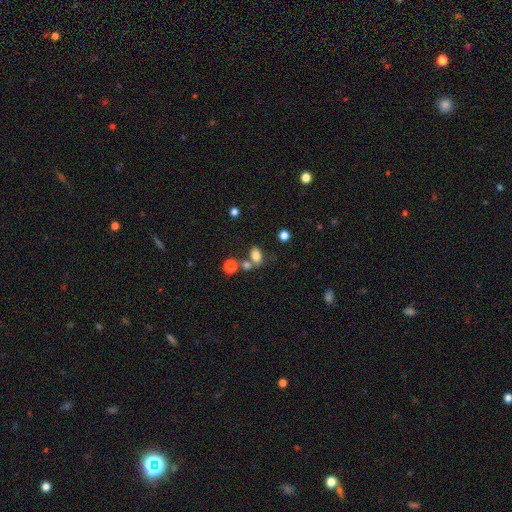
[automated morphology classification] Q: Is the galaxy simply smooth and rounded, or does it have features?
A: smooth — 78%.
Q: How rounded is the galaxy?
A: in between — 78%.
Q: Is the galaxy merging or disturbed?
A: none — 53%.